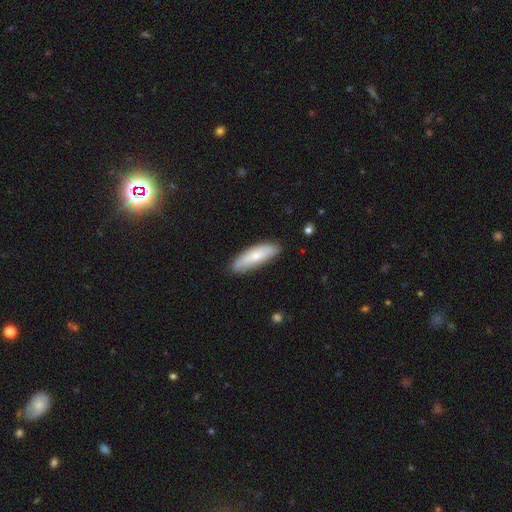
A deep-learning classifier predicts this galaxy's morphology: smooth-or-featured: smooth: 68% | featured or disk: 27% | star or artifact: 6%
  how-rounded: in between: 52% | cigar-shaped: 46% | round: 2%
  merging: none: 80% | minor disturbance: 15% | major disturbance: 3% | merger: 2%